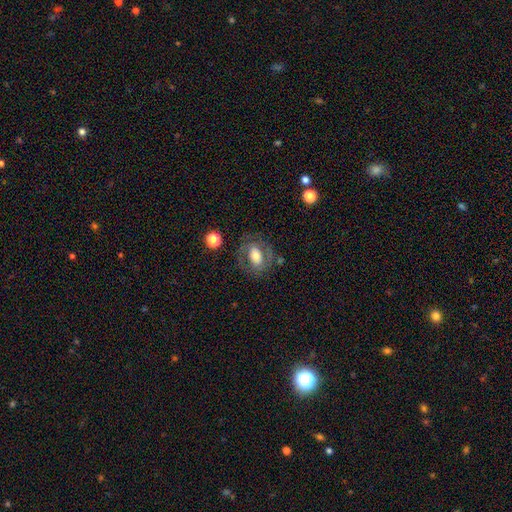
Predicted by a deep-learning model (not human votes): Overall: featured or disk (48%; smooth 43%). Merging: none (67%).